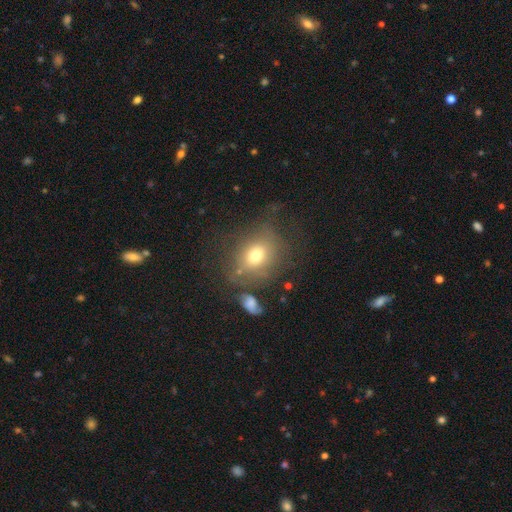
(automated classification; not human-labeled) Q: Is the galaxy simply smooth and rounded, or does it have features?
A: smooth — 68%.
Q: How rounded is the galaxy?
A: round — 59%.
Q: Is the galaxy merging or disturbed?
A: none — 62%.